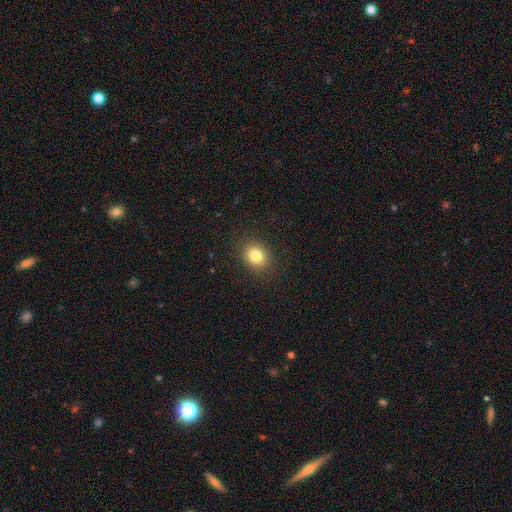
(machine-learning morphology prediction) The model was most divided on "how rounded": round: 56%, in between: 43%, cigar-shaped: 1%. More confident: merging — none (89%); smooth or featured — smooth (82%).